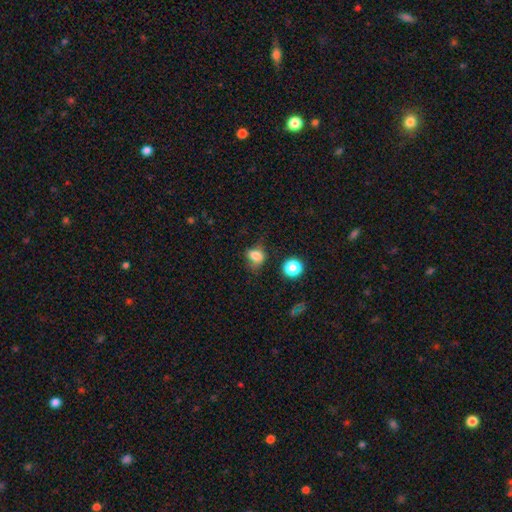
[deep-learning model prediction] Smooth or featured? smooth (77%)
How rounded? in between (57%)
Merging? none (49%)